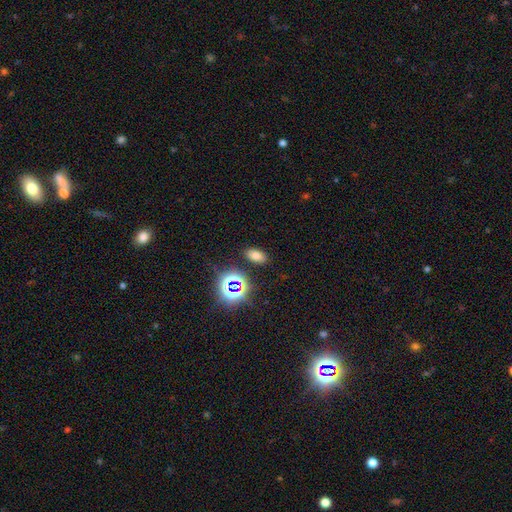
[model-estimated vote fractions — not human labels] The model was most divided on "smooth or featured": smooth: 69%, star or artifact: 24%, featured or disk: 7%. More confident: how rounded — in between (88%); merging — none (86%).